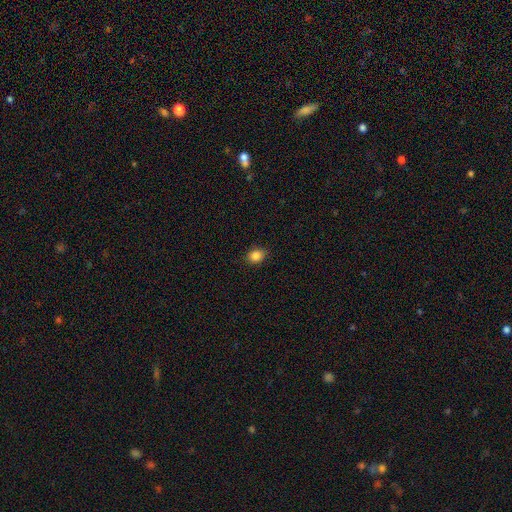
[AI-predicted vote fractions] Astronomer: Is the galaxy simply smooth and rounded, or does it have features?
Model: smooth — 85%.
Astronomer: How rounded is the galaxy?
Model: in between — 56% (runner-up: round, 43%).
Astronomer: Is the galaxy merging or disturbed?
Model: none — 88%.